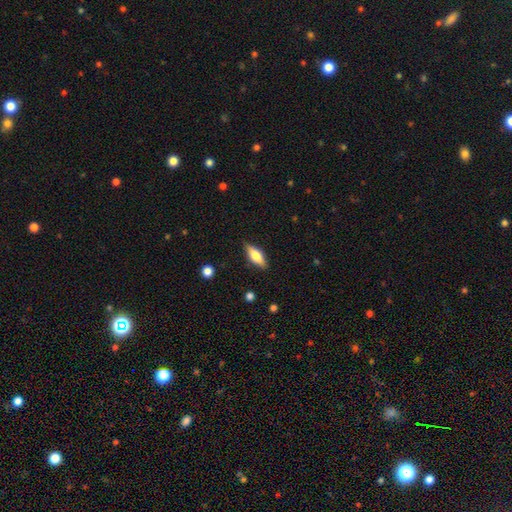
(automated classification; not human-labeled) The model was most divided on "how rounded": in between: 67%, cigar-shaped: 30%, round: 3%. More confident: merging — none (86%); smooth or featured — smooth (67%).